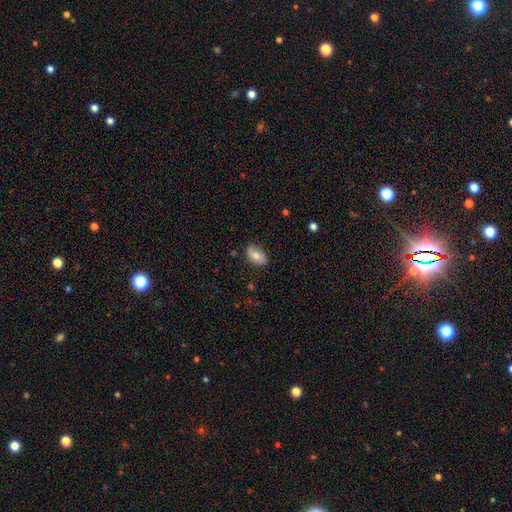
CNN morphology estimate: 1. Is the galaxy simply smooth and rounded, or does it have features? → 71% smooth, 22% featured or disk, 7% star or artifact.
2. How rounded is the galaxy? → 90% in between, 8% round, 2% cigar-shaped.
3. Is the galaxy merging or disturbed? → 77% none, 18% minor disturbance, 3% major disturbance, 1% merger.